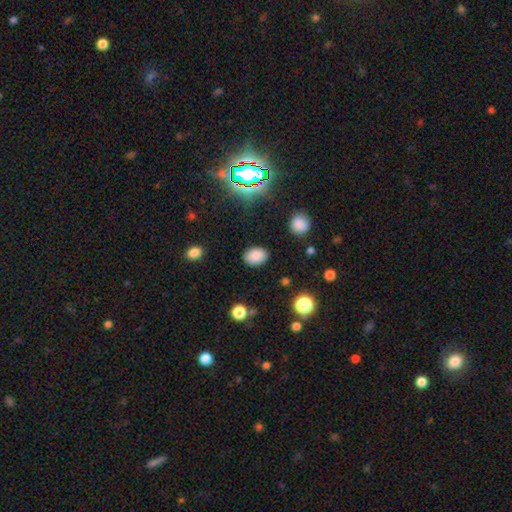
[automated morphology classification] This appears to be a smooth galaxy with no disk features (84%) that is in between round and cigar-shaped (71%). Merging: none (86%).